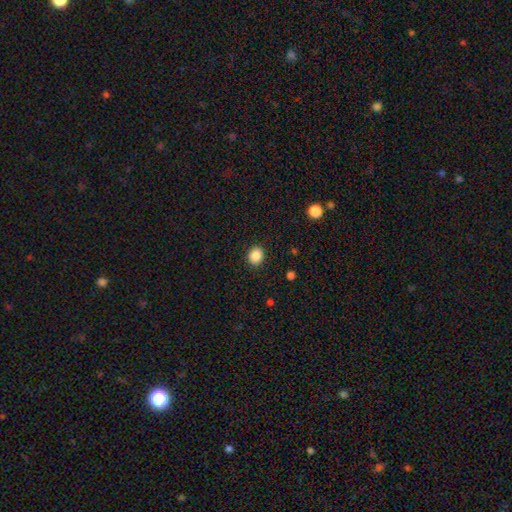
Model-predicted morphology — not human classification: The model was most divided on "how rounded": round: 63%, in between: 37%, cigar-shaped: 1%. More confident: merging — none (90%); smooth or featured — smooth (87%).